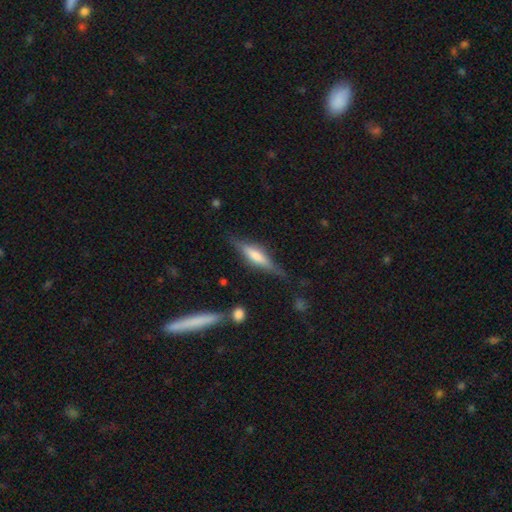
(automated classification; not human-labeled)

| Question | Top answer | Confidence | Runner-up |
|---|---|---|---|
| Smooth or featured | featured or disk | 63% | smooth (30%) |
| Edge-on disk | yes | 95% | no (5%) |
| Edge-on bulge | rounded | 54% | boxy (34%) |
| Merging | none | 78% | minor disturbance (15%) |